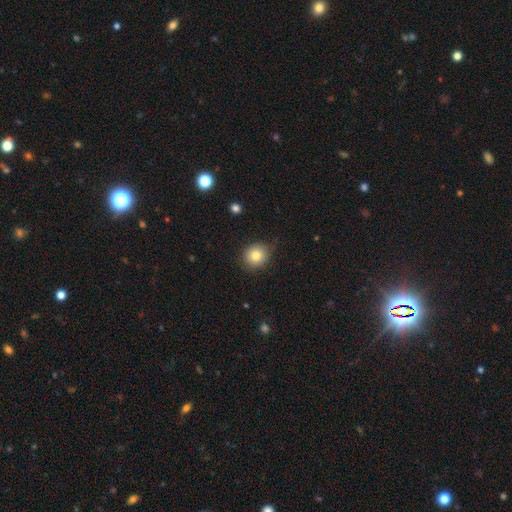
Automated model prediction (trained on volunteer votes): The model was most divided on "merging": none: 80%, minor disturbance: 16%, major disturbance: 3%, merger: 1%. More confident: how rounded — round (83%); smooth or featured — smooth (81%).